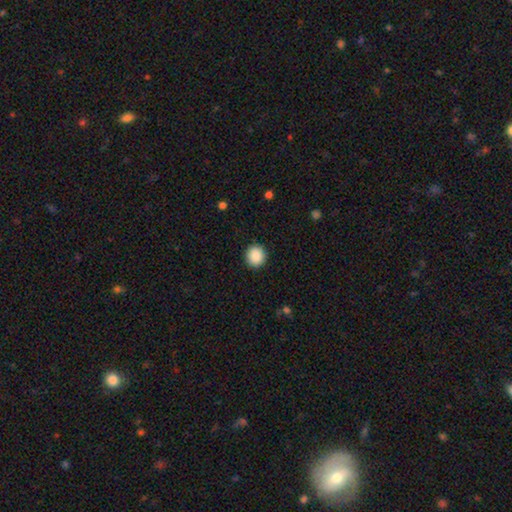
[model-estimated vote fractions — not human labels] smooth_or_featured: smooth (p=0.89) [alt: star or artifact p=0.08]
how_rounded: round (p=0.90) [alt: in between p=0.09]
merging: none (p=0.92) [alt: minor disturbance p=0.05]